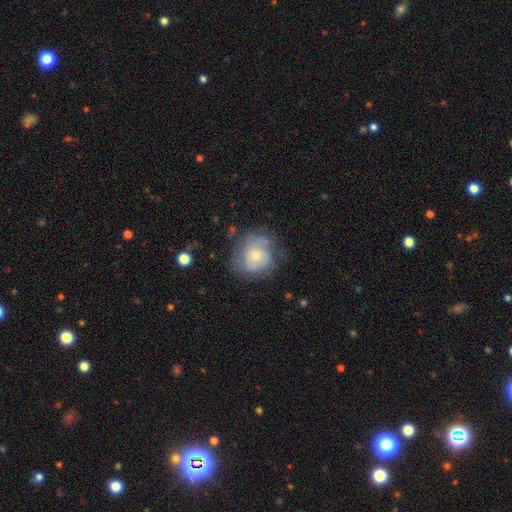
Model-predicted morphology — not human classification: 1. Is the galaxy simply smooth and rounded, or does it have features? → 54% featured or disk, 39% smooth, 8% star or artifact.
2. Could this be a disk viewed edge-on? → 97% no, 3% yes.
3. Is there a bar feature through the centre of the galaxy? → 82% no, 16% weak, 3% strong.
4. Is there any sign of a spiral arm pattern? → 75% yes, 25% no.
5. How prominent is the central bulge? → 57% small, 38% moderate, 3% large, 2% none, 1% dominant.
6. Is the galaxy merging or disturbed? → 62% none, 23% minor disturbance, 13% major disturbance, 2% merger.